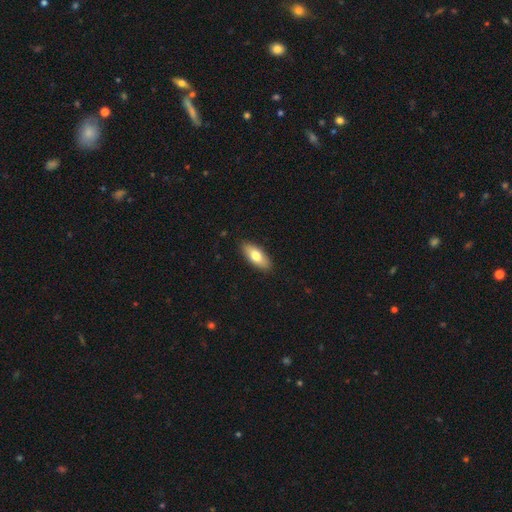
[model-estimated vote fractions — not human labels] smooth-or-featured: smooth: 75% | featured or disk: 19% | star or artifact: 6%
  how-rounded: in between: 83% | cigar-shaped: 14% | round: 2%
  merging: none: 88% | minor disturbance: 9% | major disturbance: 2% | merger: 1%